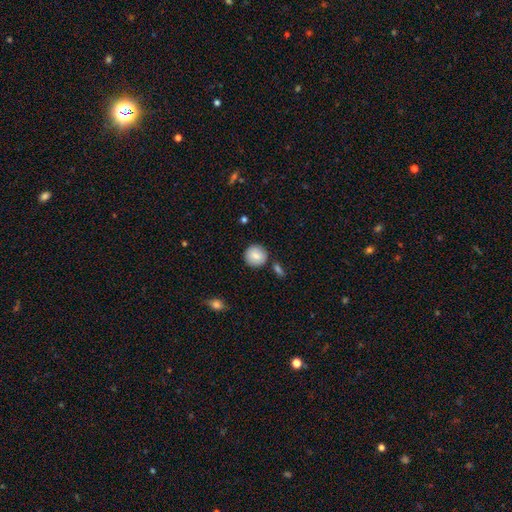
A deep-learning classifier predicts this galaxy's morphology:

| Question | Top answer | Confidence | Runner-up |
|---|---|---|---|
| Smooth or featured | smooth | 84% | featured or disk (9%) |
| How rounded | round | 92% | in between (7%) |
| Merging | none | 84% | minor disturbance (9%) |